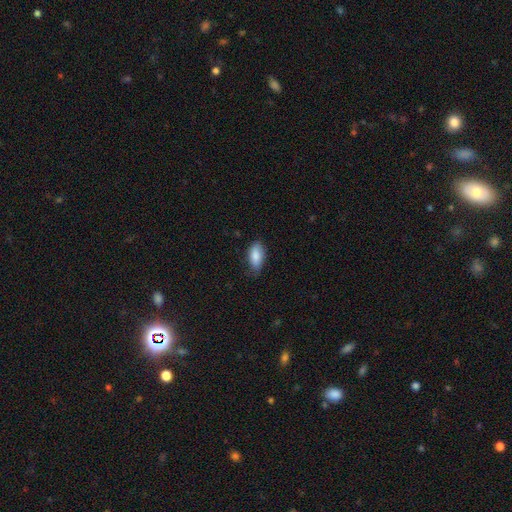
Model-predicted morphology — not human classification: Overall: smooth (86%). How rounded: in between (87%). Merging: none (72%).